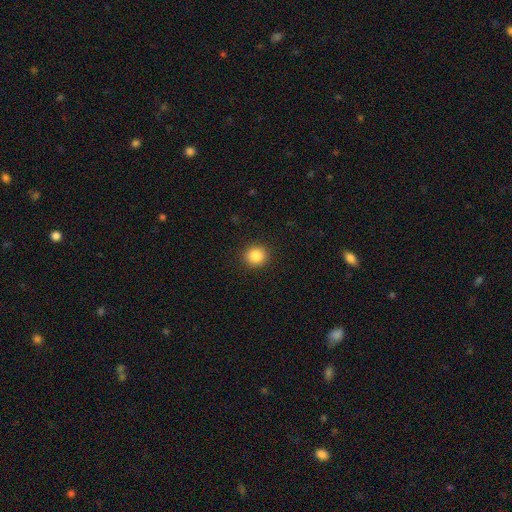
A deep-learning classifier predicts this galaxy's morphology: Smooth or featured? smooth (86%)
How rounded? round (89%)
Merging? none (92%)